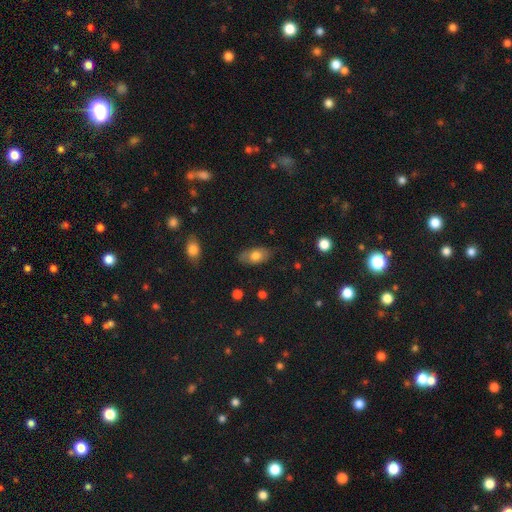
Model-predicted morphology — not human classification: type=smooth (72%); roundness=in between (90%); merging=none (79%).